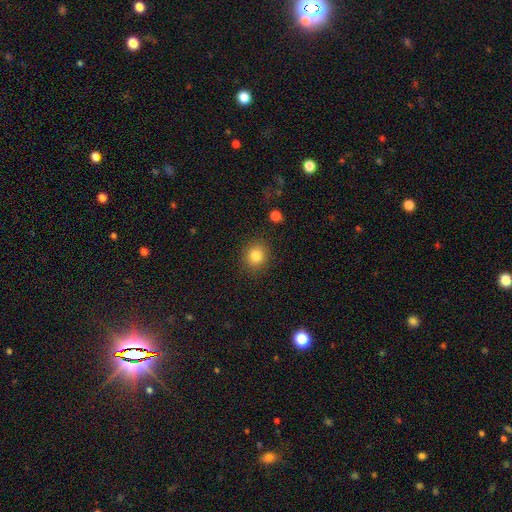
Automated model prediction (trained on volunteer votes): Smooth or featured? smooth (83%)
How rounded? round (82%)
Merging? none (88%)